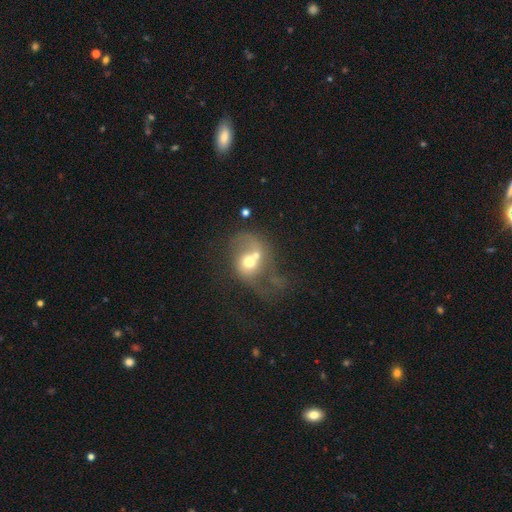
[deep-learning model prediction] A featured or disk galaxy (51%).

Vote fractions:
- Smooth or featured? featured or disk: 51% / smooth: 39% / star or artifact: 10%
- Edge-on disk? no: 97% / yes: 3%
- Merging? merger: 54% / major disturbance: 22% / none: 14% / minor disturbance: 9%